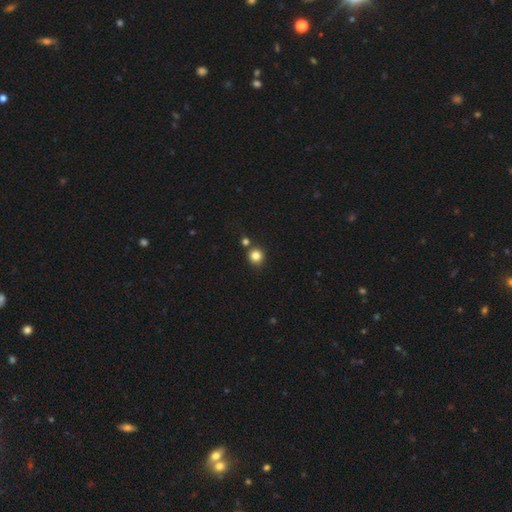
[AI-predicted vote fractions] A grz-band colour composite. It shows a smooth galaxy with no disk features (84%) that is round (92%). Merging: none (79%).